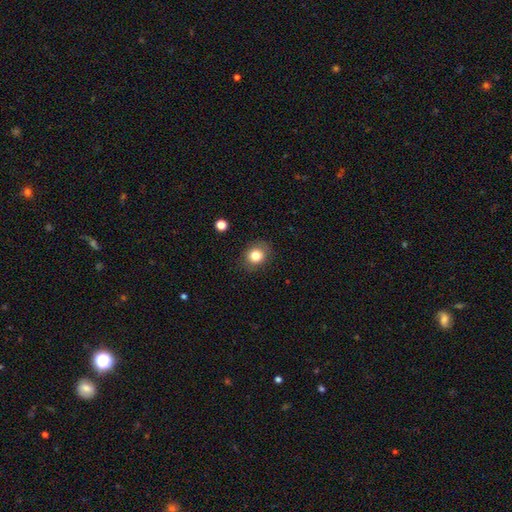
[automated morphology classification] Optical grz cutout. It shows a smooth galaxy with no disk features (82%) that is round (69%). Merging: none (84%).